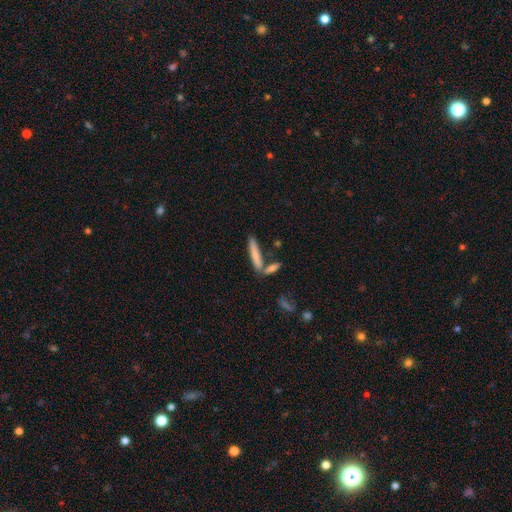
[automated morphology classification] type=smooth (72%); roundness=cigar-shaped (89%); merging=none (63%).